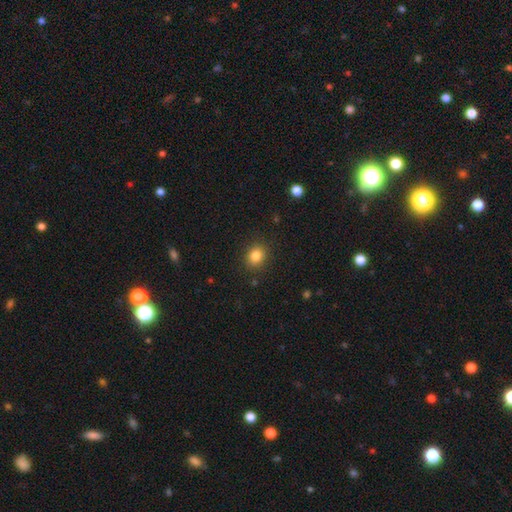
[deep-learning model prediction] A smooth galaxy with no disk features (83%) that is round (65%). Merging: none (89%).